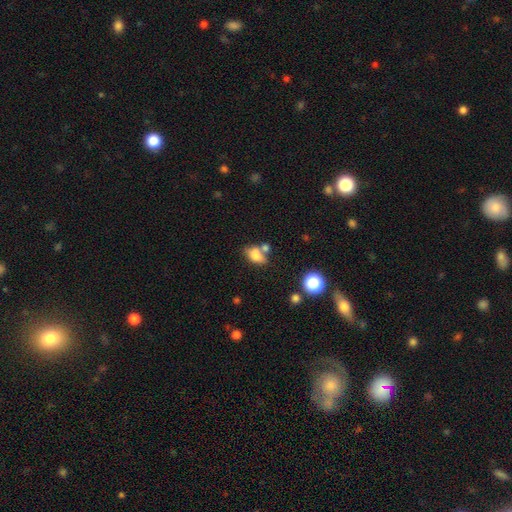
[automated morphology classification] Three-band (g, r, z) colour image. It shows a smooth galaxy with no disk features (76%) that is in between round and cigar-shaped (82%). Merging: none (46%).